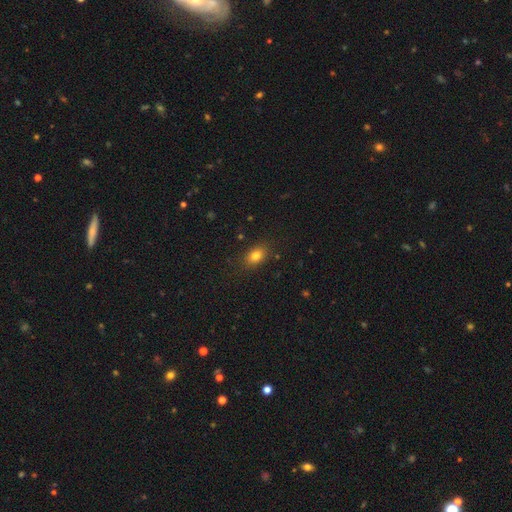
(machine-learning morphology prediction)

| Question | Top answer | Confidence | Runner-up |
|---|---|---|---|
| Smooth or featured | smooth | 80% | star or artifact (11%) |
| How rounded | in between | 78% | round (19%) |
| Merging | none | 84% | minor disturbance (11%) |